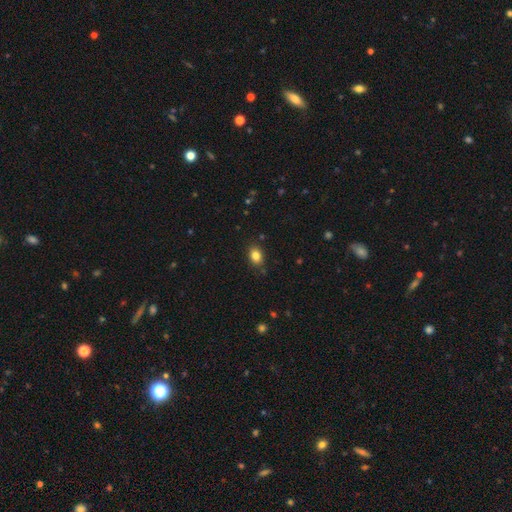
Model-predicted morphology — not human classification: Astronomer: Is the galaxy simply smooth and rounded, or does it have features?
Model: smooth — 84%.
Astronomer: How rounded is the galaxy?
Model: in between — 67%.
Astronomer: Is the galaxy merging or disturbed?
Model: none — 84%.